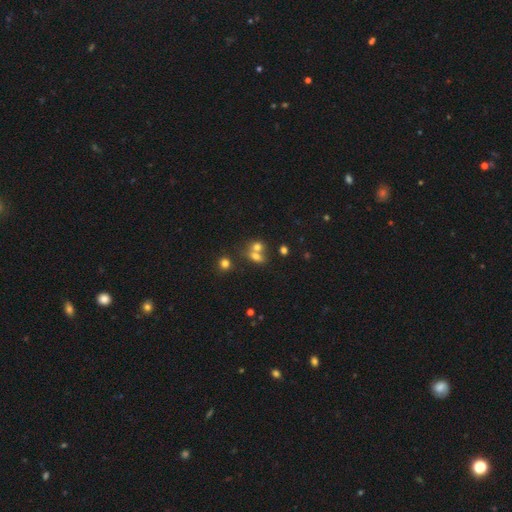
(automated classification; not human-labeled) A smooth galaxy with no disk features (68%) that is in between round and cigar-shaped (58%).

Vote fractions:
- Smooth or featured? smooth: 68% / featured or disk: 17% / star or artifact: 16%
- How rounded? in between: 58% / round: 38% / cigar-shaped: 4%
- Merging? merger: 55% / none: 32% / minor disturbance: 8% / major disturbance: 5%